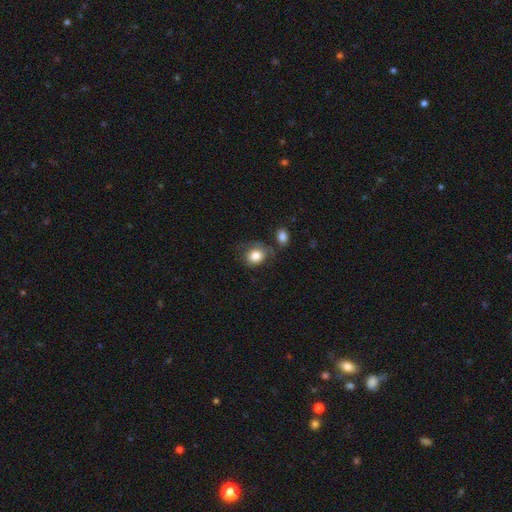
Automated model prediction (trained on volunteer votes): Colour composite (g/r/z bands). It shows a smooth galaxy with no disk features (82%) that is round (65%). Merging: none (58%).